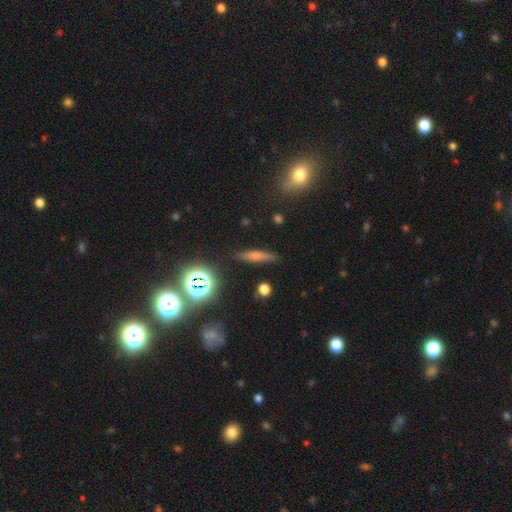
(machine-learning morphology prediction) smooth-or-featured: smooth: 45% | featured or disk: 33% | star or artifact: 22%
  merging: none: 87% | minor disturbance: 9% | major disturbance: 2% | merger: 2%